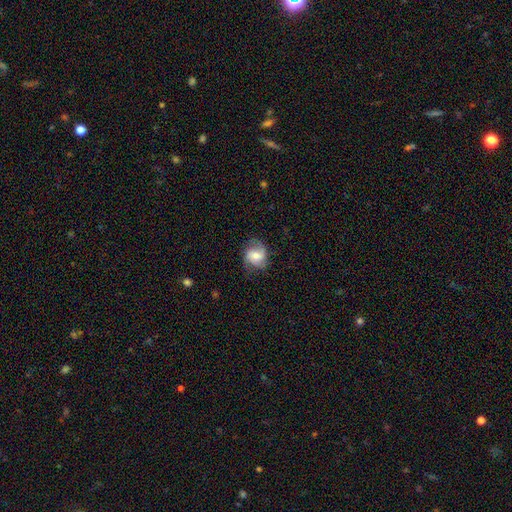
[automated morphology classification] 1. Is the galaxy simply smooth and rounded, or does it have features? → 52% featured or disk, 40% smooth, 8% star or artifact.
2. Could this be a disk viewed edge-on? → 97% no, 3% yes.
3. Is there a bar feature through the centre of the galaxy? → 49% no, 38% weak, 12% strong.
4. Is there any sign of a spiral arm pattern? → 87% yes, 13% no.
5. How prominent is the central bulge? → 51% moderate, 29% small, 13% large, 5% none, 2% dominant.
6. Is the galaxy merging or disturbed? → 66% none, 22% minor disturbance, 11% major disturbance, 1% merger.